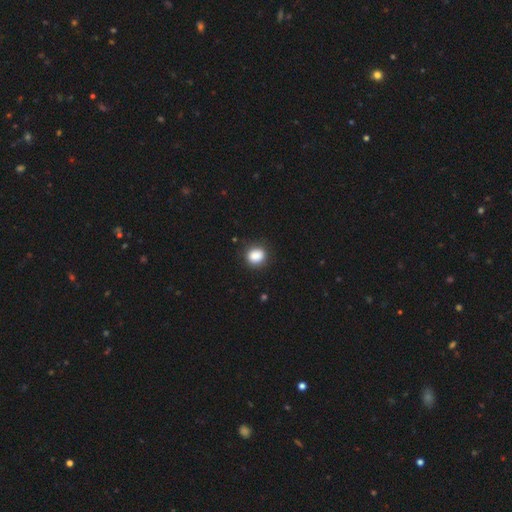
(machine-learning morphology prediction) Smooth or featured?
  - smooth: 86% *
  - star or artifact: 9%
  - featured or disk: 5%
How rounded?
  - round: 66% *
  - in between: 33%
  - cigar-shaped: 1%
Merging?
  - none: 82% *
  - minor disturbance: 13%
  - major disturbance: 3%
  - merger: 1%